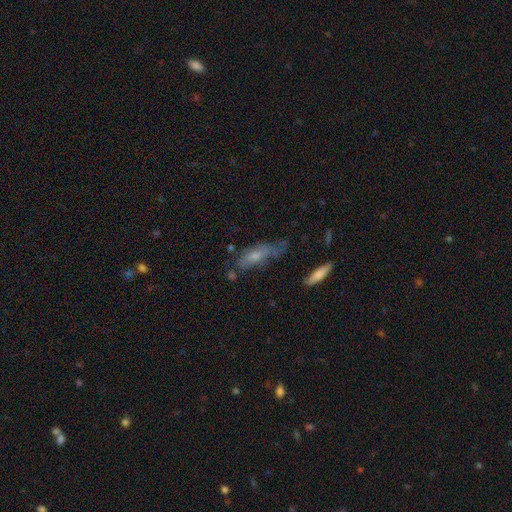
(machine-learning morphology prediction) smooth_or_featured: smooth (p=0.54) [alt: featured or disk p=0.37]
how_rounded: in between (p=0.52) [alt: cigar-shaped p=0.46]
merging: none (p=0.47) [alt: minor disturbance p=0.31]